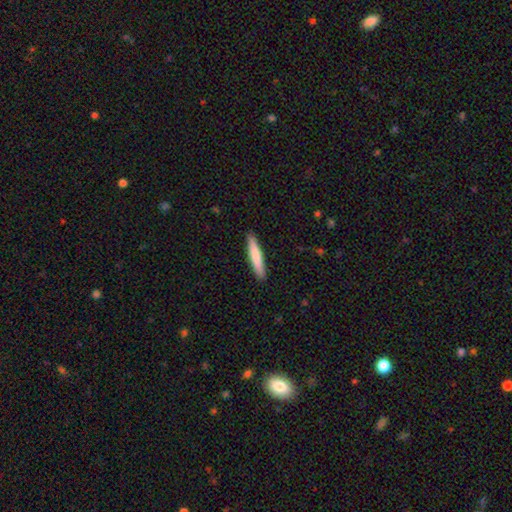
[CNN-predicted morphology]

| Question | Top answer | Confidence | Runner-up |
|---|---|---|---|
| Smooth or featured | smooth | 78% | featured or disk (18%) |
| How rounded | cigar-shaped | 92% | in between (7%) |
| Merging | none | 91% | minor disturbance (7%) |